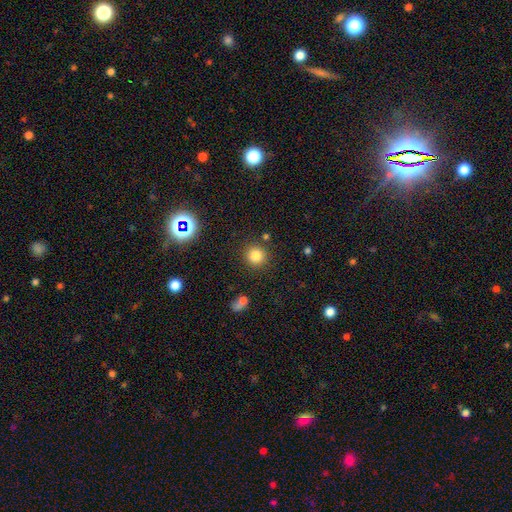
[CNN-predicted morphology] The model was most divided on "smooth or featured": smooth: 81%, star or artifact: 14%, featured or disk: 6%. More confident: how rounded — round (93%); merging — none (86%).